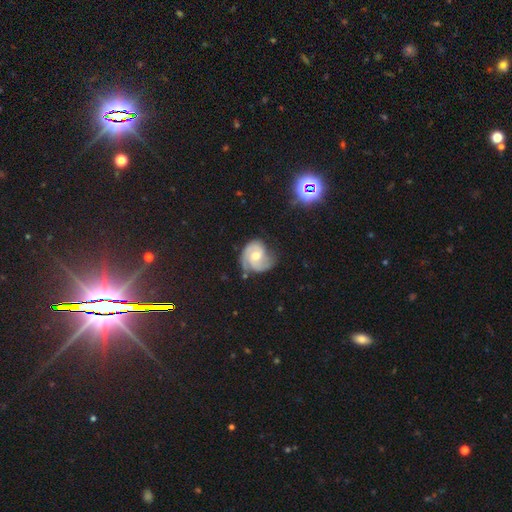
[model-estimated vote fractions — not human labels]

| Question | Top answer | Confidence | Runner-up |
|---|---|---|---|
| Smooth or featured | featured or disk | 81% | smooth (13%) |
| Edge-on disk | no | 98% | yes (2%) |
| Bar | no | 60% | weak (34%) |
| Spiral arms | yes | 96% | no (4%) |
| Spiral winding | tight | 49% | medium (40%) |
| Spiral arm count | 2 | 60% | 3 (19%) |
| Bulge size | moderate | 66% | small (29%) |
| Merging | none | 61% | minor disturbance (27%) |